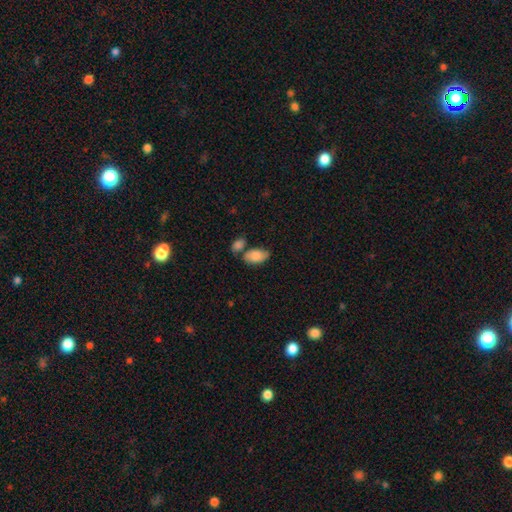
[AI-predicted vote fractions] This appears to be a smooth galaxy with no disk features (78%) that is in between round and cigar-shaped (93%). Merging: none (53%).